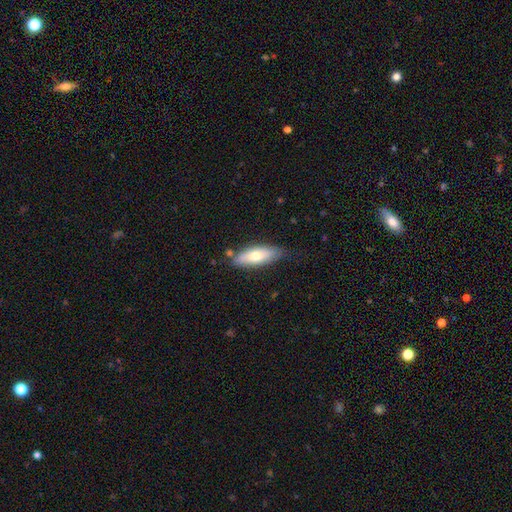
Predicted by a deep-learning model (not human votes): Smooth or featured? smooth (67%)
How rounded? in between (63%)
Merging? none (75%)